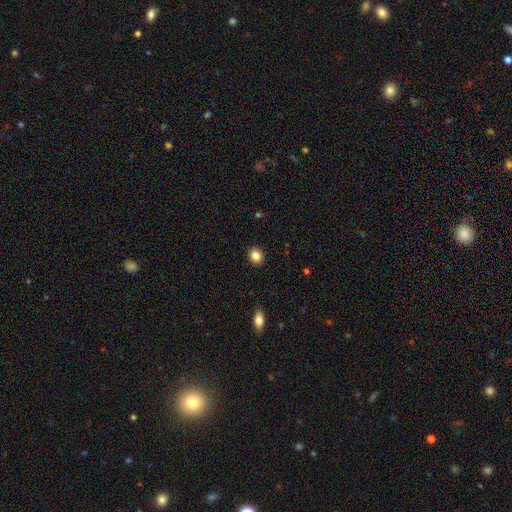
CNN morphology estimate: smooth 85%, star or artifact 10%, featured or disk 5%. Down the decision tree: how rounded — round (69%); merging — none (91%).